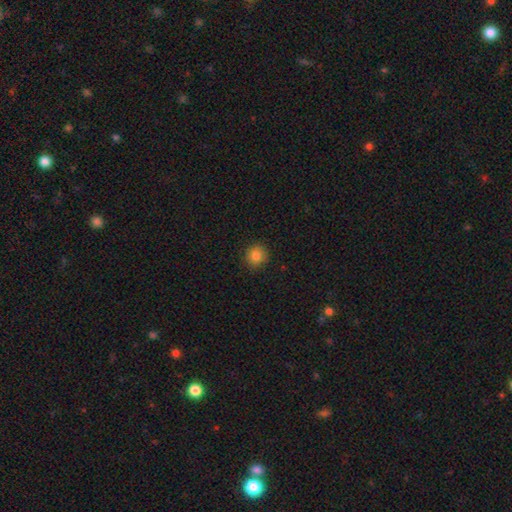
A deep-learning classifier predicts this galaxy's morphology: Smooth or featured? Predicted: smooth (p=0.84). How rounded? Predicted: round (p=0.87). Merging? Predicted: none (p=0.89).